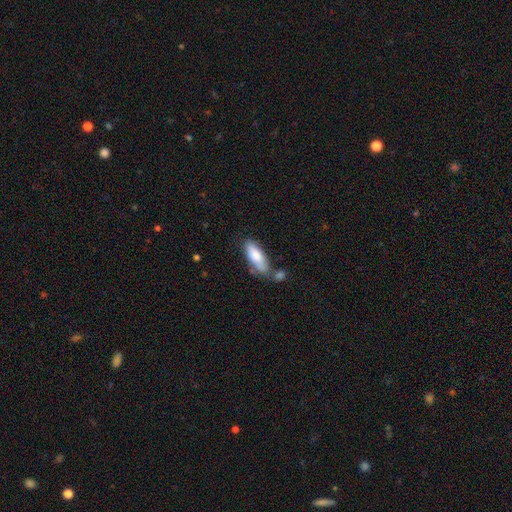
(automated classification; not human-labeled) This appears to be a smooth galaxy with no disk features (79%) that is in between round and cigar-shaped (70%). Merging: none (52%).